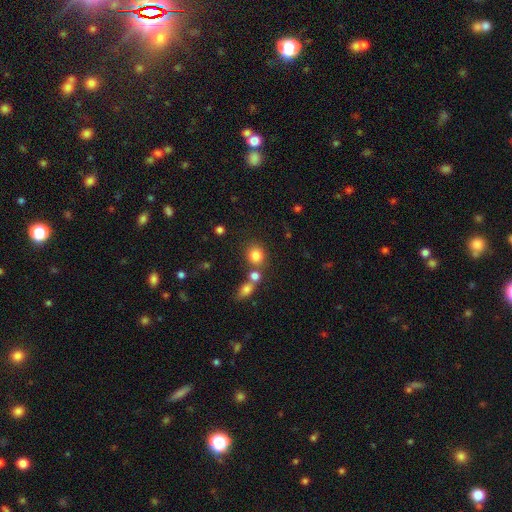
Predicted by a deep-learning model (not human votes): smooth 81%, star or artifact 12%, featured or disk 7%. Down the decision tree: how rounded — round (76%); merging — none (66%).